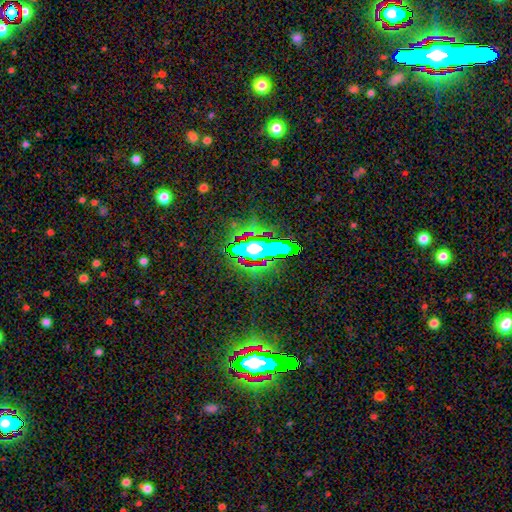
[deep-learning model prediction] Smooth or featured? star or artifact (64%)